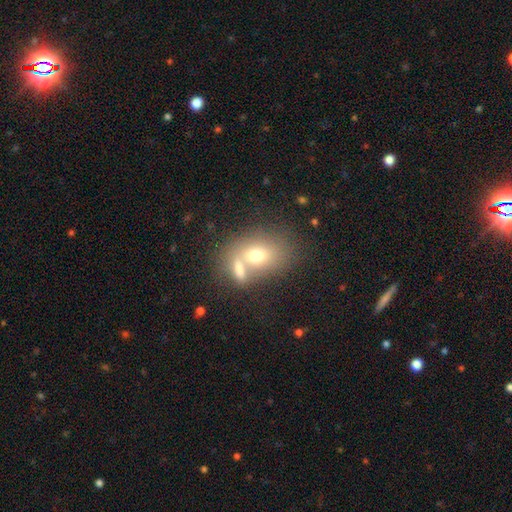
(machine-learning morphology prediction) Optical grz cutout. It shows a smooth galaxy with no disk features (66%) that is in between round and cigar-shaped (73%). Merging: merger (51%).